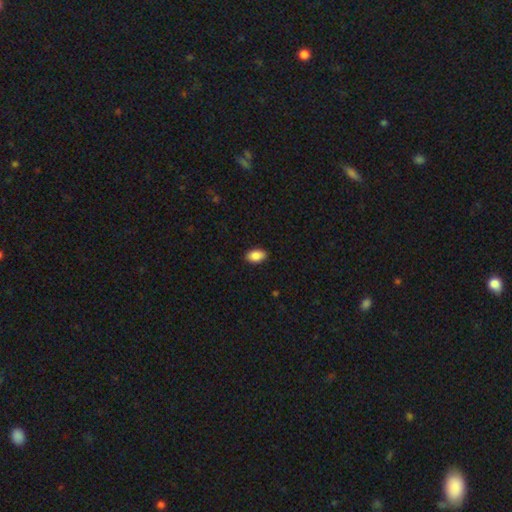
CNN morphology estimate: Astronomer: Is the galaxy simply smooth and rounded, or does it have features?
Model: smooth — 88%.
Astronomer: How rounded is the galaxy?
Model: in between — 92%.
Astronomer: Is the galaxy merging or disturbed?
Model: none — 90%.